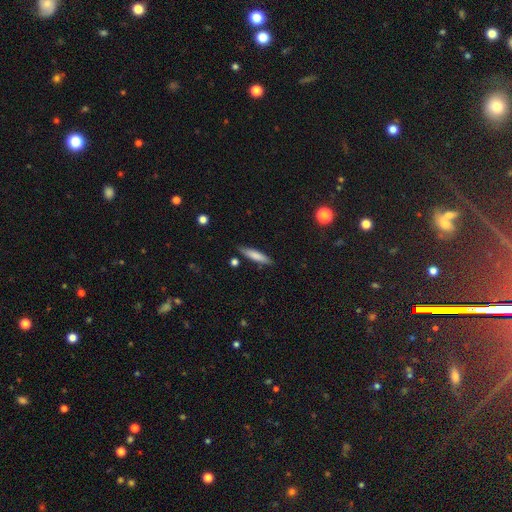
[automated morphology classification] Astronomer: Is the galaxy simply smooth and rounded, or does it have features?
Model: smooth — 77%.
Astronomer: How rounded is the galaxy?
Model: cigar-shaped — 84%.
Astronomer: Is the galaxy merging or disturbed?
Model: none — 86%.